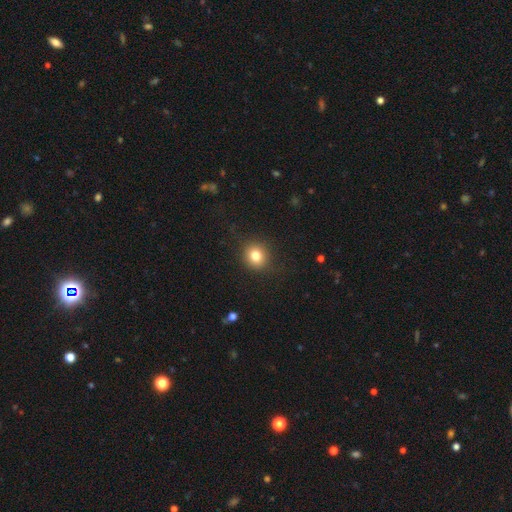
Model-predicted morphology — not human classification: Smooth or featured? Predicted: smooth (p=0.81). How rounded? Predicted: round (p=0.82). Merging? Predicted: none (p=0.87).